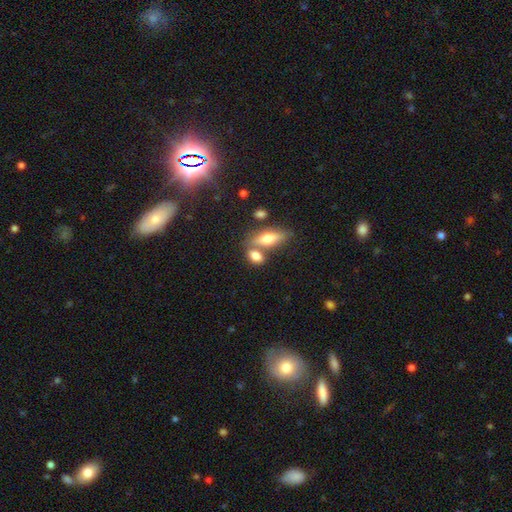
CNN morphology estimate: This is likely a smooth galaxy (76%). How rounded: likely in between (76%). Merging: possibly none (48%).